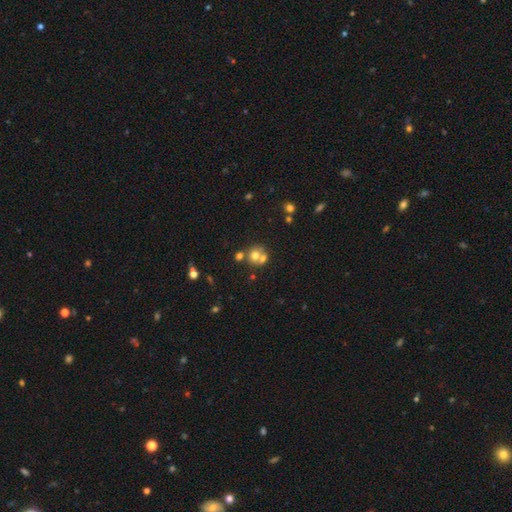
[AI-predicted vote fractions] Smooth or featured: smooth — 66% (featured or disk — 21%)
How rounded: round — 80% (in between — 19%)
Merging: merger — 46% (none — 42%)